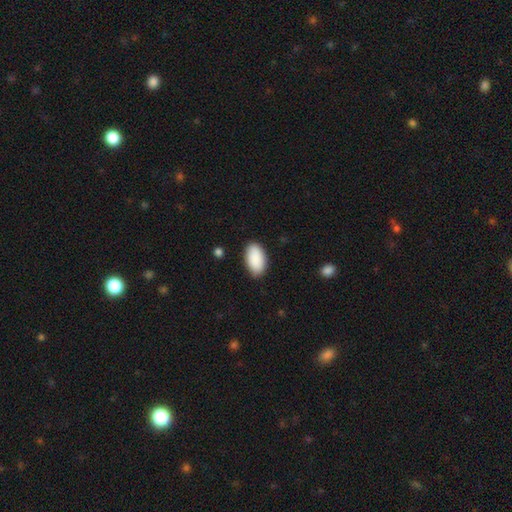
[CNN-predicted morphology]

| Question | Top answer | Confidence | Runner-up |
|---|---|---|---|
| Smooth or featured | smooth | 91% | star or artifact (6%) |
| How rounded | in between | 95% | round (3%) |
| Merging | none | 85% | minor disturbance (11%) |